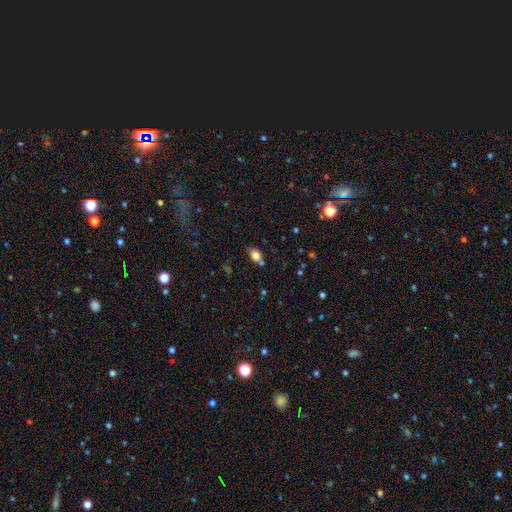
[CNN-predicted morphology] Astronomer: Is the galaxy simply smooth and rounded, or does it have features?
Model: smooth — 81%.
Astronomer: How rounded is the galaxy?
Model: in between — 79%.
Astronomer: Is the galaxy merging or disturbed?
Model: none — 70%.